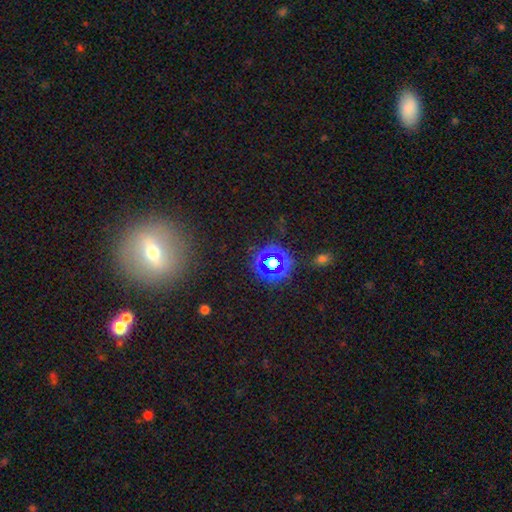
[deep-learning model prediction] The model was most divided on "smooth or featured" (2-way tie): smooth: 39%, star or artifact: 39%, featured or disk: 22%. More confident: merging — none (86%).